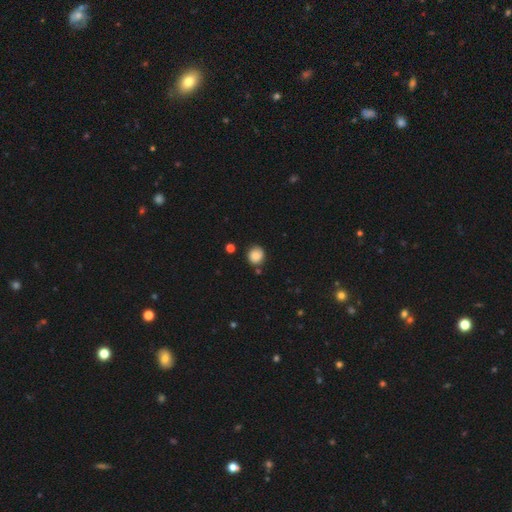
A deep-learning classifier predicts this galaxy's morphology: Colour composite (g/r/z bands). It shows a smooth galaxy with no disk features (86%) that is round (87%). Merging: none (79%).